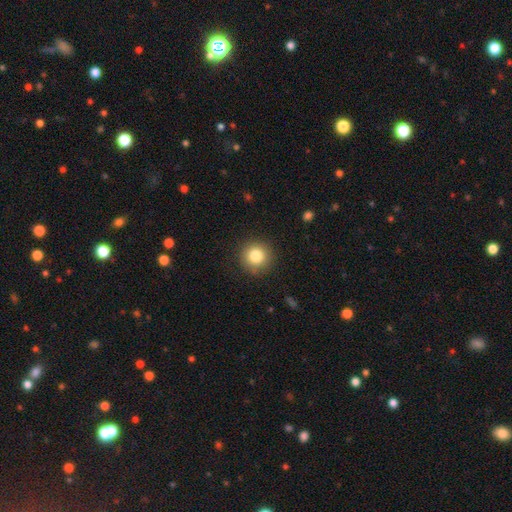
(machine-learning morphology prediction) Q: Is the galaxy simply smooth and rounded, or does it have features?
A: smooth — 83%.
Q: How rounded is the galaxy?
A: round — 94%.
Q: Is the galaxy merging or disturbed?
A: none — 90%.